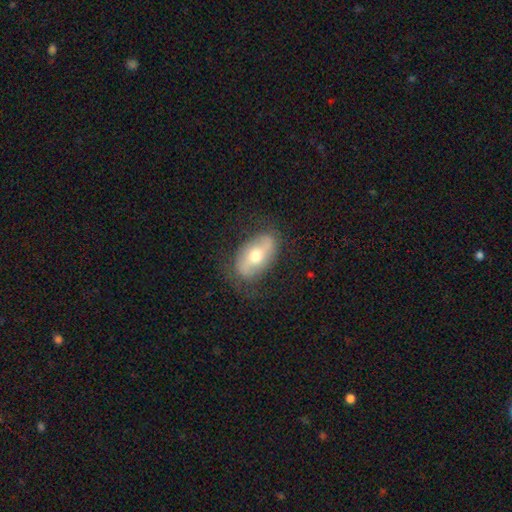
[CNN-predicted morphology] Smooth or featured: featured or disk — 54% (smooth — 39%)
Edge-on disk: no — 88% (yes — 12%)
Merging: none — 76% (minor disturbance — 16%)